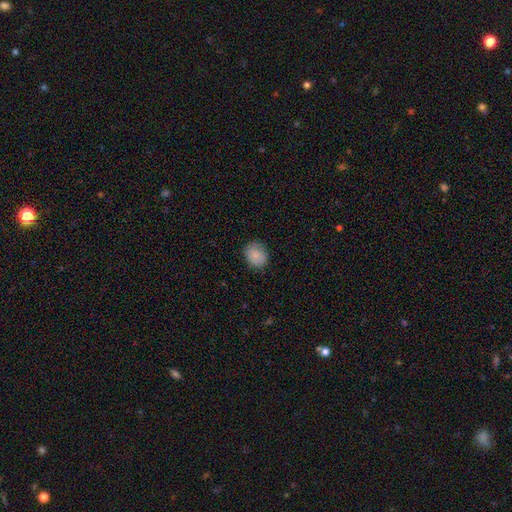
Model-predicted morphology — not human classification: This appears to be a smooth galaxy with no disk features (85%) that is round (66%). Merging: none (80%).